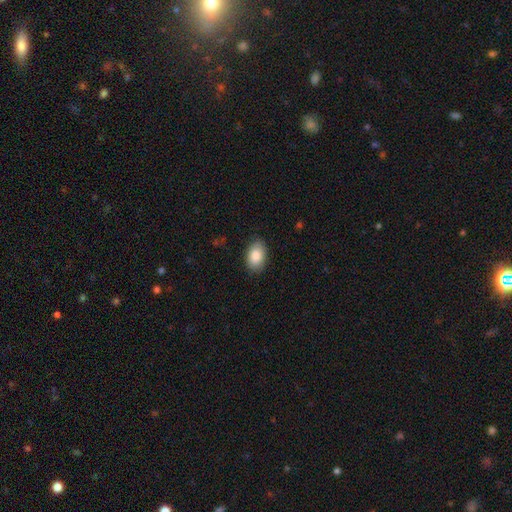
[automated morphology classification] type=smooth (86%); roundness=in between (89%); merging=none (87%).